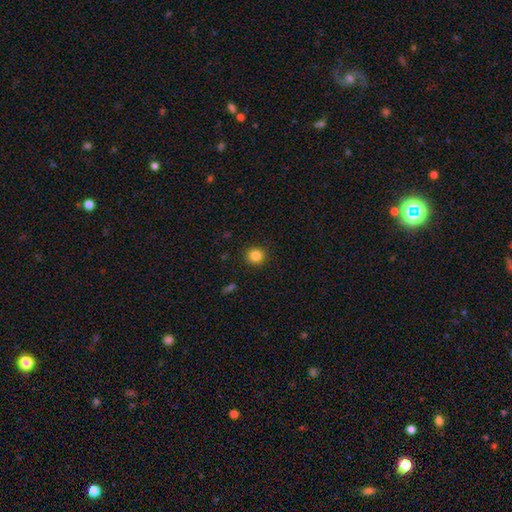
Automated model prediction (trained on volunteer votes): Morphology: type=smooth (84%); roundness=round (92%); merging=none (92%).